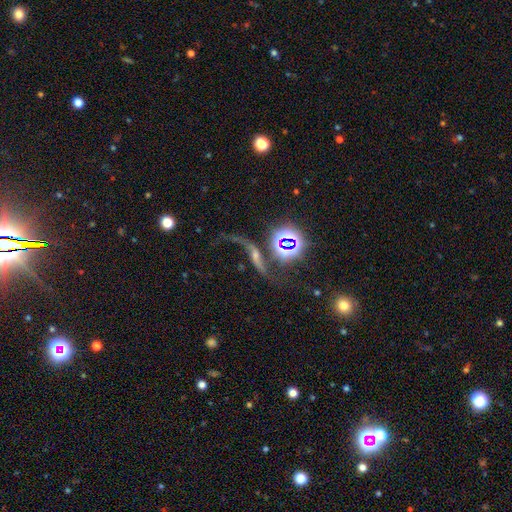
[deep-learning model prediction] Smooth or featured? featured or disk (64%)
Edge-on disk? no (82%)
Bar? no (45%)
Spiral arms? yes (88%)
Bulge size? small (40%)
Merging? none (47%)